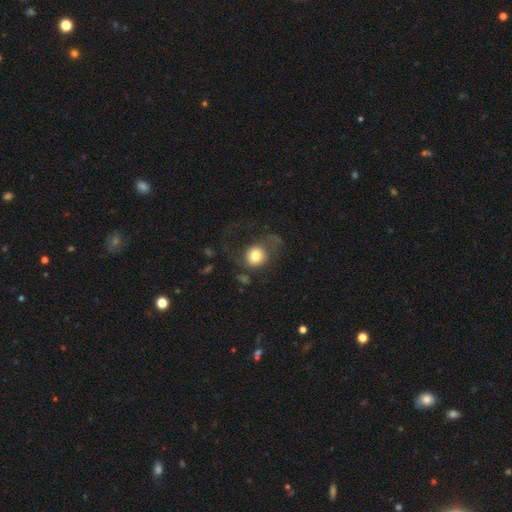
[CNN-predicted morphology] smooth_or_featured: smooth (p=0.69) [alt: featured or disk p=0.22]
how_rounded: round (p=0.74) [alt: in between p=0.25]
merging: major disturbance (p=0.48) [alt: none p=0.31]